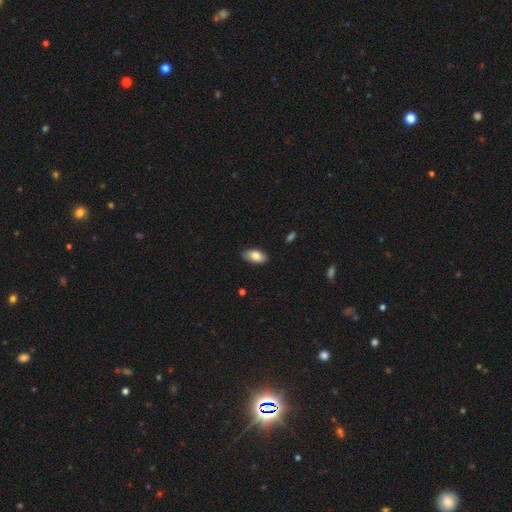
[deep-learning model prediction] The model was most divided on "smooth or featured": smooth: 81%, featured or disk: 13%, star or artifact: 6%. More confident: how rounded — in between (93%); merging — none (85%).